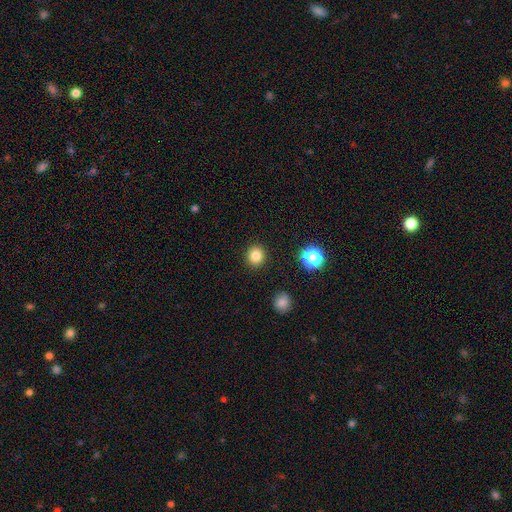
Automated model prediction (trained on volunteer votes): Smooth or featured? smooth (83%)
How rounded? round (85%)
Merging? none (91%)